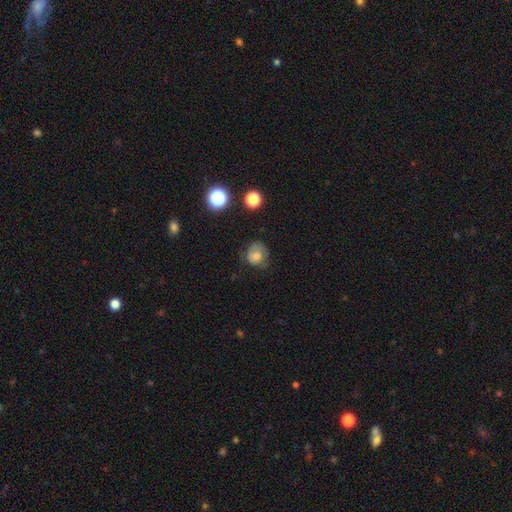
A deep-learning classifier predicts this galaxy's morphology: A smooth galaxy with no disk features (68%) that is round (71%).

Vote fractions:
- Smooth or featured? smooth: 68% / featured or disk: 20% / star or artifact: 12%
- How rounded? round: 71% / in between: 28% / cigar-shaped: 1%
- Merging? none: 53% / minor disturbance: 31% / major disturbance: 13% / merger: 2%